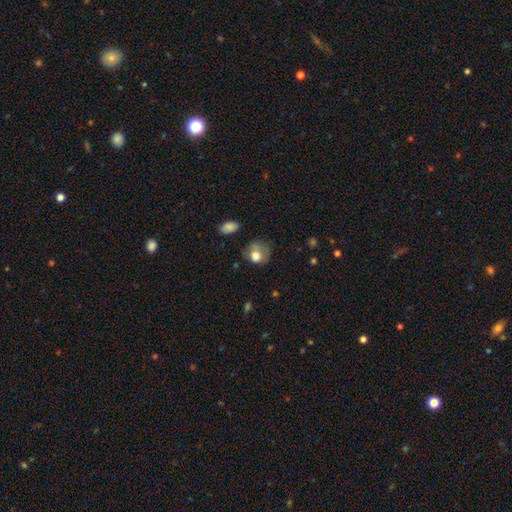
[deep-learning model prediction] smooth-or-featured: smooth: 73% | featured or disk: 17% | star or artifact: 9%
  how-rounded: round: 64% | in between: 35% | cigar-shaped: 1%
  merging: none: 38% | minor disturbance: 32% | major disturbance: 26% | merger: 4%